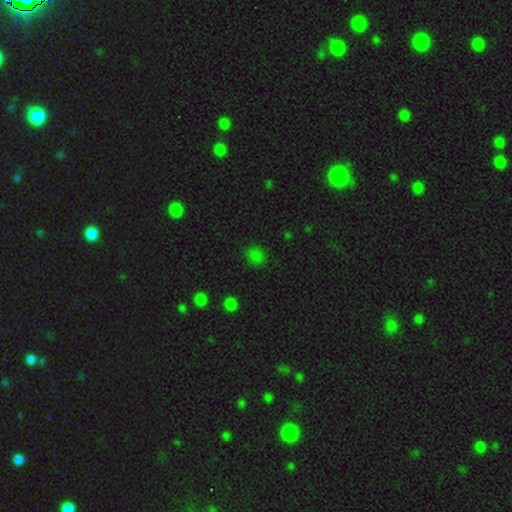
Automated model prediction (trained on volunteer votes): Smooth or featured: smooth — 73% (star or artifact — 23%)
How rounded: round — 77% (in between — 22%)
Merging: none — 85% (minor disturbance — 10%)